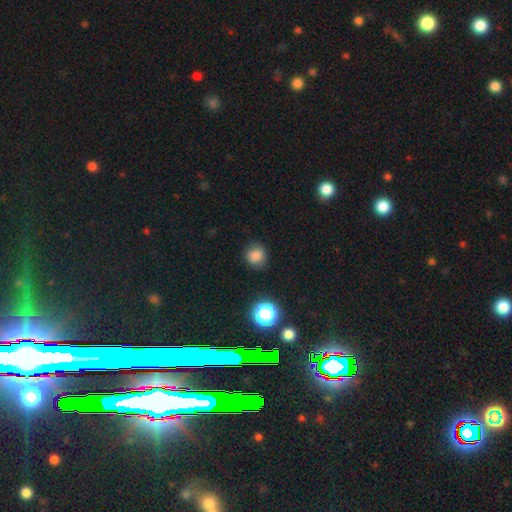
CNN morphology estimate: smooth-or-featured: smooth: 82% | star or artifact: 14% | featured or disk: 4%
  how-rounded: round: 83% | in between: 16% | cigar-shaped: 1%
  merging: none: 83% | minor disturbance: 12% | major disturbance: 4% | merger: 2%